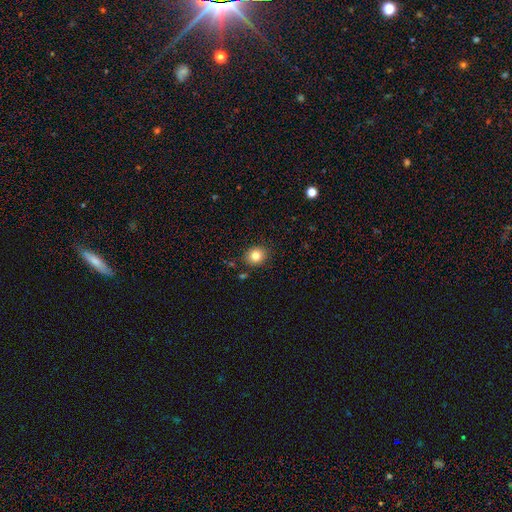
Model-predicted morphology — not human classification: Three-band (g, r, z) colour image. It shows a smooth galaxy with no disk features (82%) that is round (74%). Merging: none (86%).